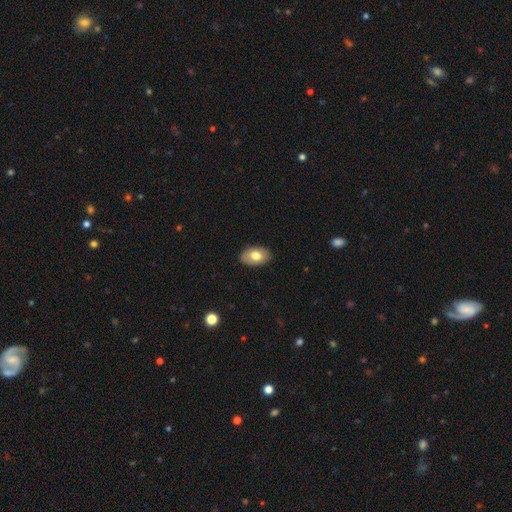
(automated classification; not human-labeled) Overall: smooth (74%). How rounded: in between (90%). Merging: none (86%).